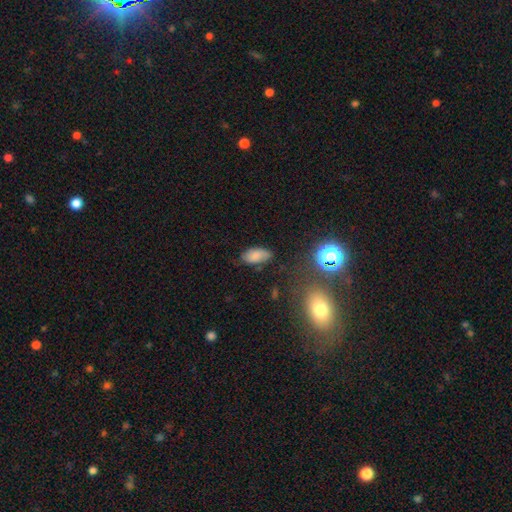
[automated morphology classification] smooth 74%, featured or disk 15%, star or artifact 11%. Down the decision tree: how rounded — in between (93%); merging — none (71%).